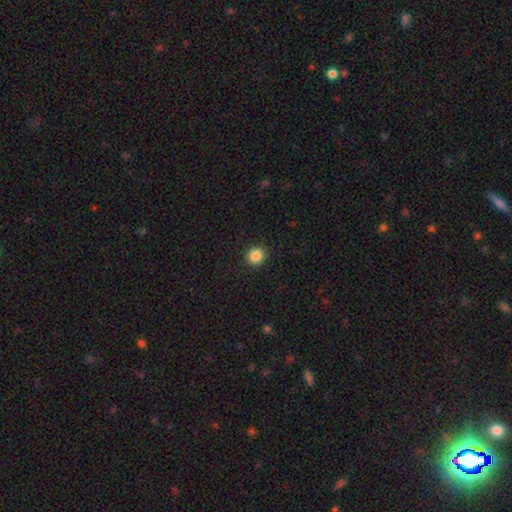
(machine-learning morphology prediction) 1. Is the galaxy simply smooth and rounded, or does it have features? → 87% smooth, 10% star or artifact, 4% featured or disk.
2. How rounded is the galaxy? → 82% round, 17% in between, 1% cigar-shaped.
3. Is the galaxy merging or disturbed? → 91% none, 6% minor disturbance, 2% major disturbance, 1% merger.